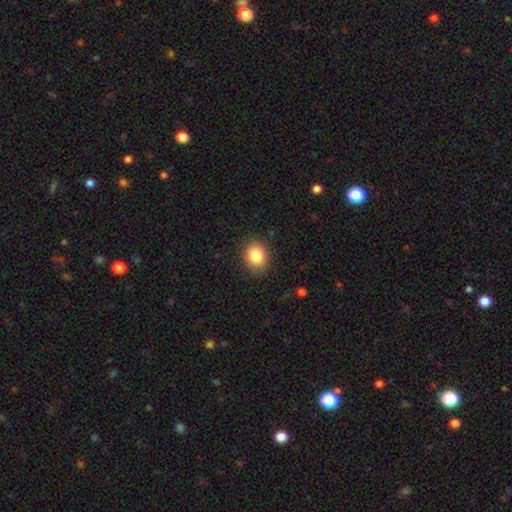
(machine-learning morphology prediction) Smooth or featured?
  - smooth: 85% *
  - star or artifact: 9%
  - featured or disk: 6%
How rounded?
  - round: 66% *
  - in between: 34%
  - cigar-shaped: 1%
Merging?
  - none: 88% *
  - minor disturbance: 9%
  - major disturbance: 3%
  - merger: 1%